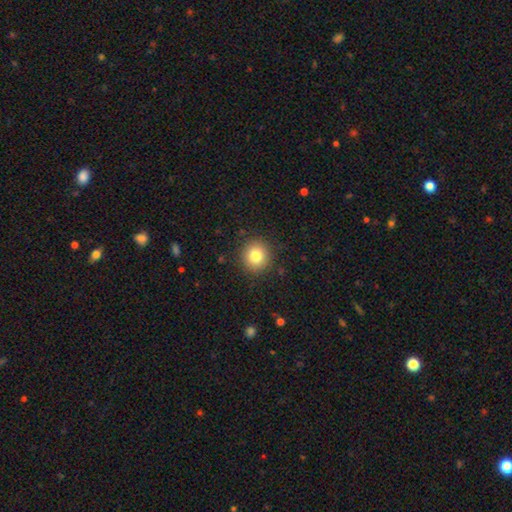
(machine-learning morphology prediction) The model was most divided on "smooth or featured": smooth: 81%, star or artifact: 11%, featured or disk: 8%. More confident: how rounded — round (92%); merging — none (90%).